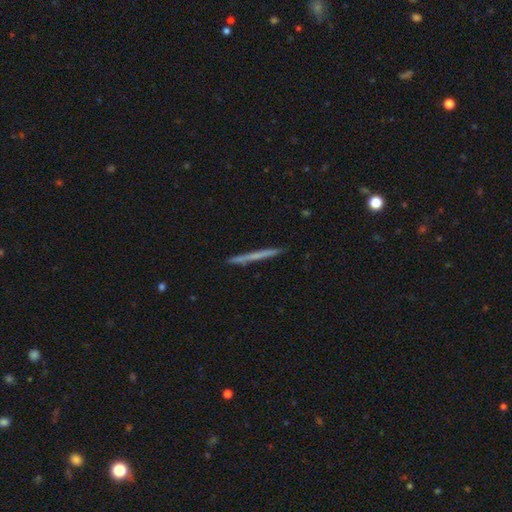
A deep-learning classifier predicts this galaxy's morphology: This appears to be a smooth galaxy with no disk features (51%) that is cigar-shaped (97%). Merging: none (91%).